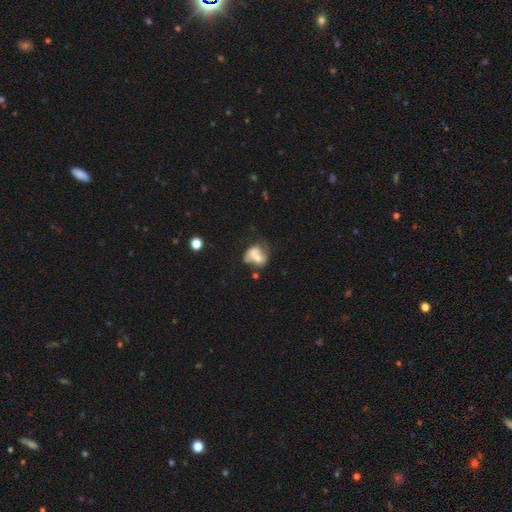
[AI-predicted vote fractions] A smooth galaxy with no disk features (52%) that is in between round and cigar-shaped (56%).

Vote fractions:
- Smooth or featured? smooth: 52% / featured or disk: 38% / star or artifact: 10%
- How rounded? in between: 56% / round: 43% / cigar-shaped: 2%
- Merging? merger: 52% / none: 23% / minor disturbance: 14% / major disturbance: 11%